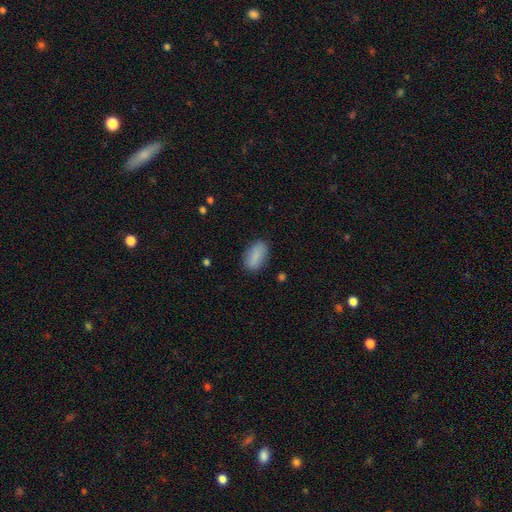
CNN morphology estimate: Smooth or featured: smooth — 87% (star or artifact — 7%)
How rounded: in between — 91% (cigar-shaped — 5%)
Merging: none — 82% (minor disturbance — 13%)